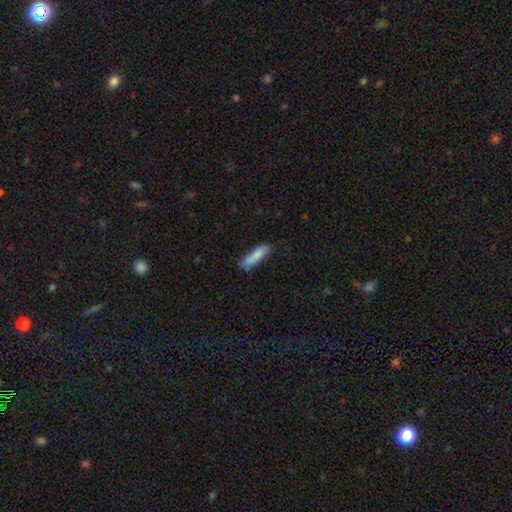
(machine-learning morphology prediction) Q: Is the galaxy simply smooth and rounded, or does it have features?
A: smooth — 83%.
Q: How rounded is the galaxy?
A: cigar-shaped — 72%.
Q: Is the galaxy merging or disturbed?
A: none — 74%.